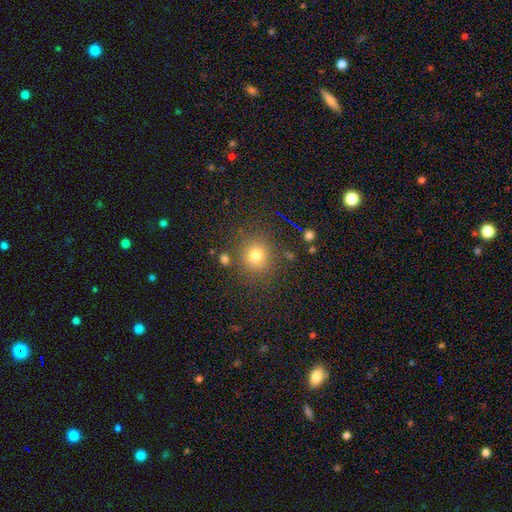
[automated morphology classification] Smooth or featured?
  - smooth: 77% *
  - star or artifact: 16%
  - featured or disk: 7%
How rounded?
  - round: 88% *
  - in between: 11%
  - cigar-shaped: 1%
Merging?
  - none: 82% *
  - minor disturbance: 9%
  - merger: 5%
  - major disturbance: 4%